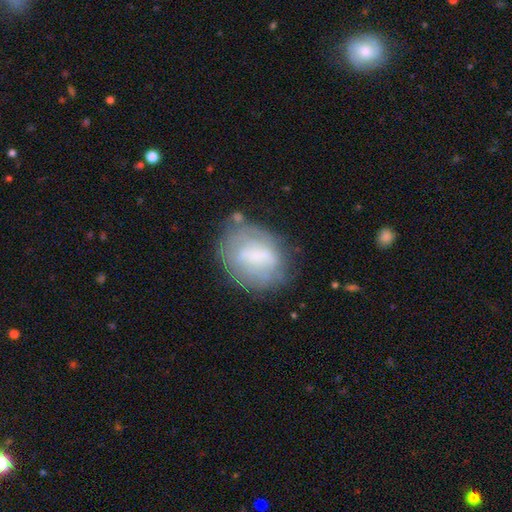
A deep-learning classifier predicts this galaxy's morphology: type=smooth (47%); merging=none (60%).